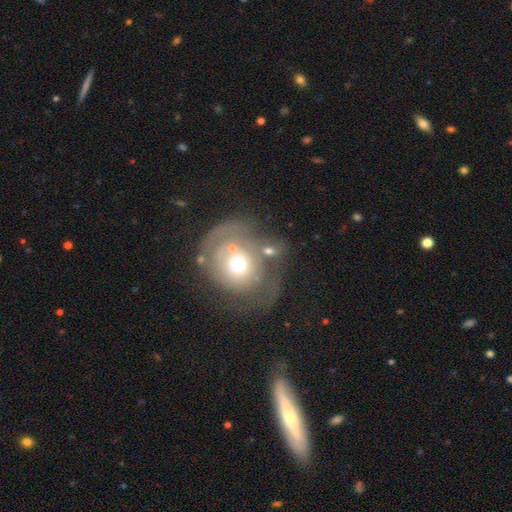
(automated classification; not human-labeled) Morphology: type=featured or disk (66%); edge-on=no (95%); bar=no (82%); spiral arms=yes (66%); bulge=moderate (66%); merging=none (54%).